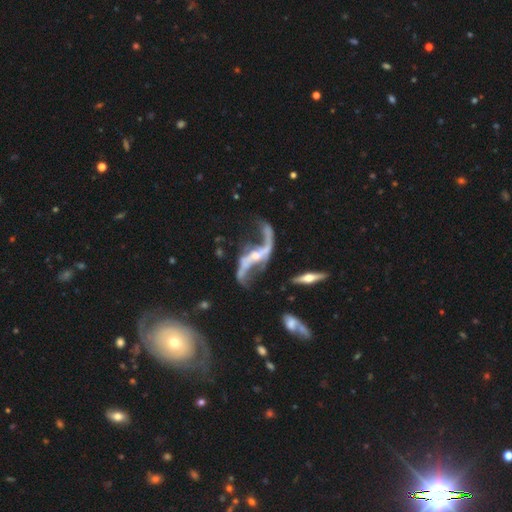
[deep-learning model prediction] A featured or disk galaxy (90%) with a strong bar (40%), 2 (92%) loose (91%) spiral arms (94%) and a small central bulge (62%).

Vote fractions:
- Smooth or featured? featured or disk: 90% / star or artifact: 6% / smooth: 4%
- Edge-on disk? no: 88% / yes: 12%
- Bar? strong: 40% / no: 31% / weak: 29%
- Spiral arms? yes: 94% / no: 6%
- Spiral winding? loose: 91% / medium: 6% / tight: 2%
- Spiral arm count? 2: 92% / 1: 3% / can't tell: 2% / 3: 1% / 4: 1% / more than 4: 1%
- Bulge size? small: 62% / moderate: 28% / none: 5% / large: 2% / dominant: 1%
- Merging? none: 53% / major disturbance: 19% / minor disturbance: 19% / merger: 9%